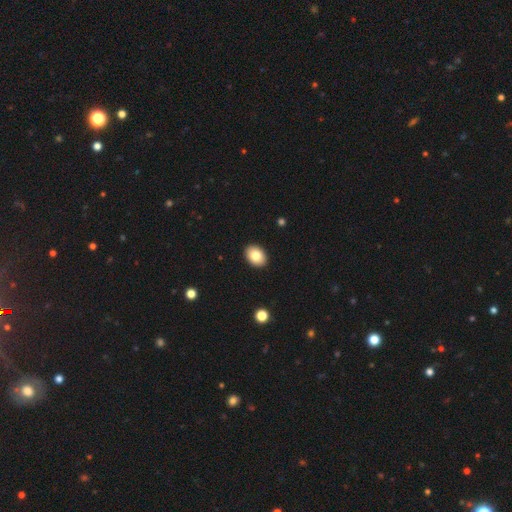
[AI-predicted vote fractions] Smooth or featured? smooth (83%)
How rounded? in between (76%)
Merging? none (91%)